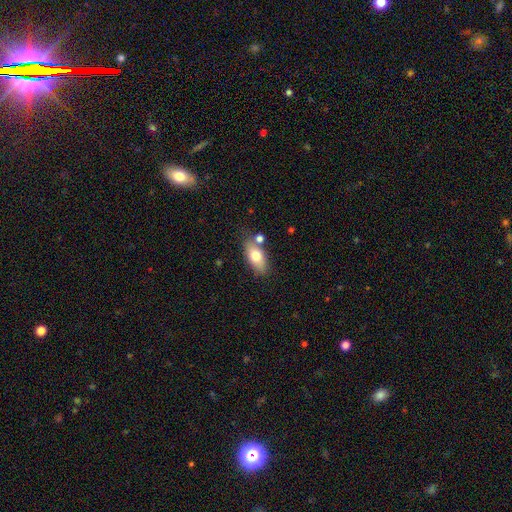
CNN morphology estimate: This is likely a smooth galaxy (71%). How rounded: clearly in between (85%). Merging: likely none (68%).